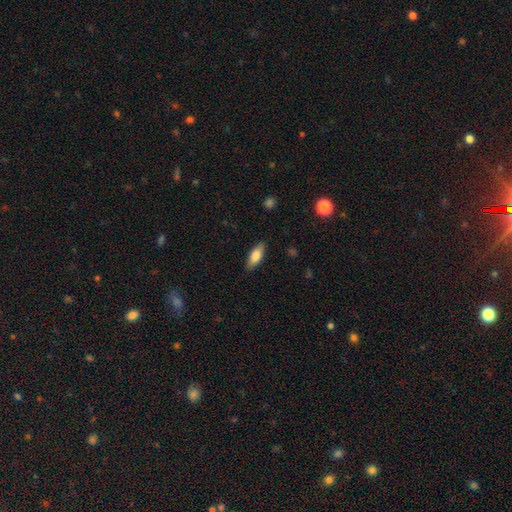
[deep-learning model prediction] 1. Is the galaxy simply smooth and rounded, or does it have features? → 78% smooth, 16% featured or disk, 6% star or artifact.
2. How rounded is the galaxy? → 70% in between, 28% cigar-shaped, 2% round.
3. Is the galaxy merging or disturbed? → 86% none, 11% minor disturbance, 2% major disturbance, 1% merger.